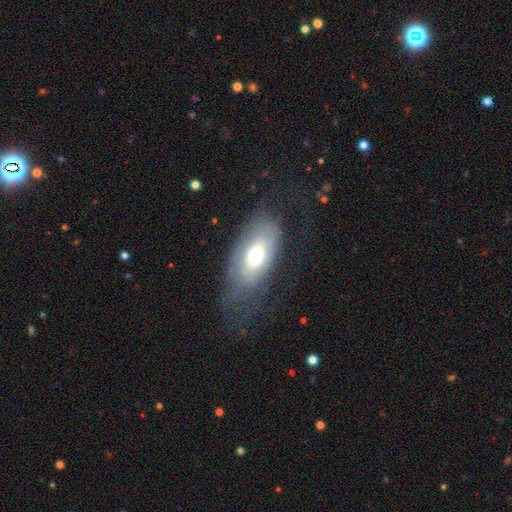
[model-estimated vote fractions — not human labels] Smooth or featured? smooth (53%)
How rounded? in between (89%)
Merging? none (51%)